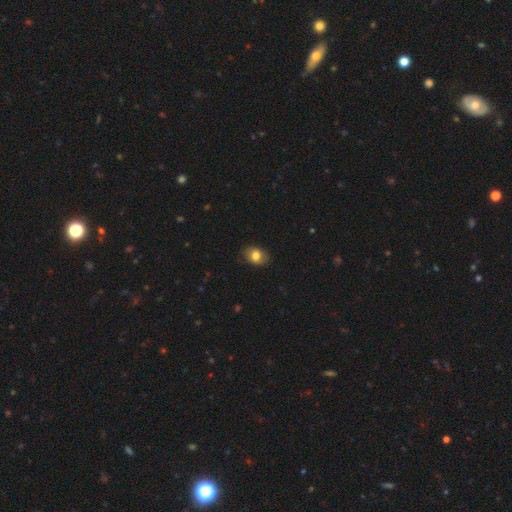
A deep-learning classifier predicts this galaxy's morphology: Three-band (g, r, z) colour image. It shows a smooth galaxy with no disk features (80%) that is in between round and cigar-shaped (72%). Merging: none (84%).